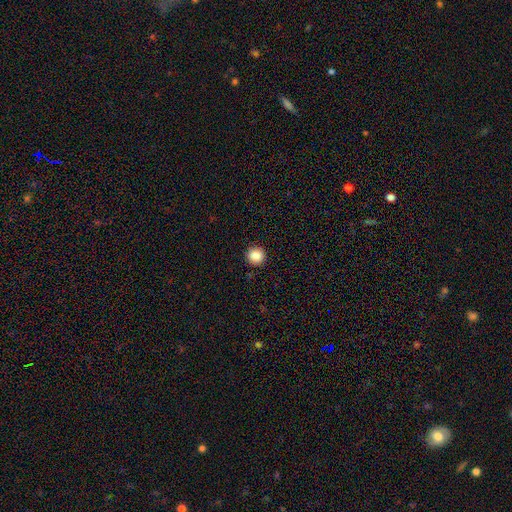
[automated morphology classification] A smooth galaxy with no disk features (87%) that is round (95%).

Vote fractions:
- Smooth or featured? smooth: 87% / star or artifact: 10% / featured or disk: 4%
- How rounded? round: 95% / in between: 5% / cigar-shaped: 1%
- Merging? none: 93% / minor disturbance: 5% / major disturbance: 2% / merger: 1%